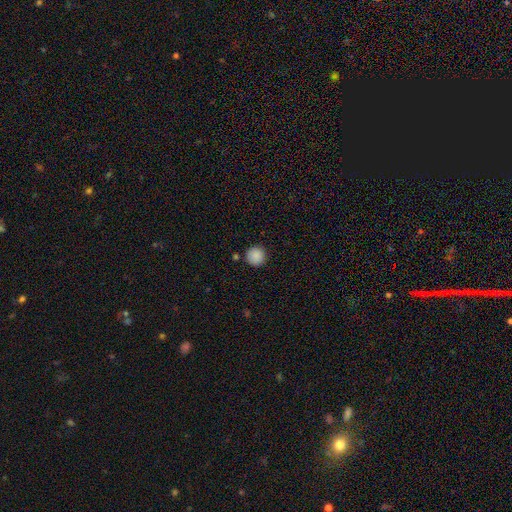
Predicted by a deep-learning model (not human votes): A smooth galaxy with no disk features (88%) that is round (95%).

Vote fractions:
- Smooth or featured? smooth: 88% / star or artifact: 9% / featured or disk: 3%
- How rounded? round: 95% / in between: 4% / cigar-shaped: 1%
- Merging? none: 88% / minor disturbance: 7% / merger: 3% / major disturbance: 2%